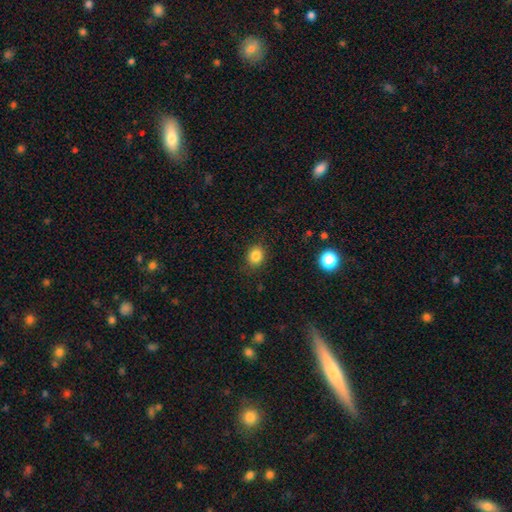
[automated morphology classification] A smooth galaxy with no disk features (84%) that is round (64%).

Vote fractions:
- Smooth or featured? smooth: 84% / star or artifact: 12% / featured or disk: 5%
- How rounded? round: 64% / in between: 35% / cigar-shaped: 1%
- Merging? none: 85% / minor disturbance: 11% / major disturbance: 3% / merger: 1%